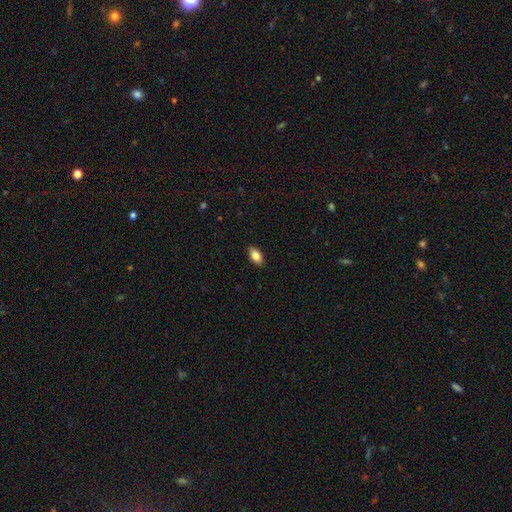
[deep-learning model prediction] Smooth or featured? smooth (84%)
How rounded? in between (91%)
Merging? none (88%)